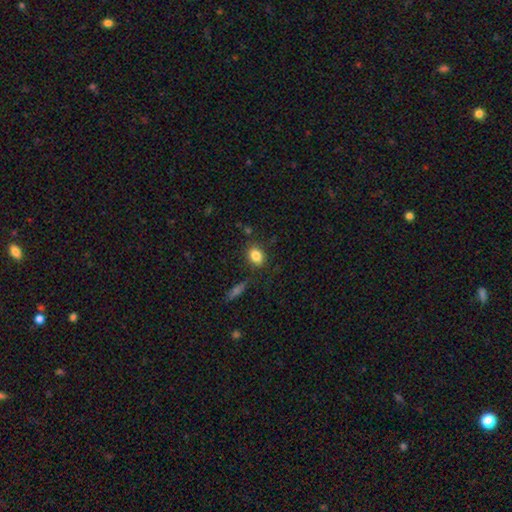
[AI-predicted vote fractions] Smooth or featured: smooth — 84% (star or artifact — 9%)
How rounded: in between — 62% (round — 36%)
Merging: none — 82% (minor disturbance — 12%)